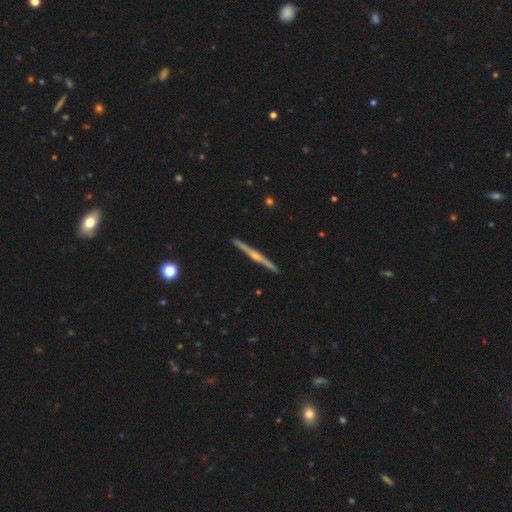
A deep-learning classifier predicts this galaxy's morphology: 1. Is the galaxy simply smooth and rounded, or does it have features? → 77% featured or disk, 18% smooth, 6% star or artifact.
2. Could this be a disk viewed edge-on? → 98% yes, 2% no.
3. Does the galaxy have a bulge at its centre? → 69% rounded, 22% none, 9% boxy.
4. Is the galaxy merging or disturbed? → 91% none, 6% minor disturbance, 1% major disturbance, 1% merger.